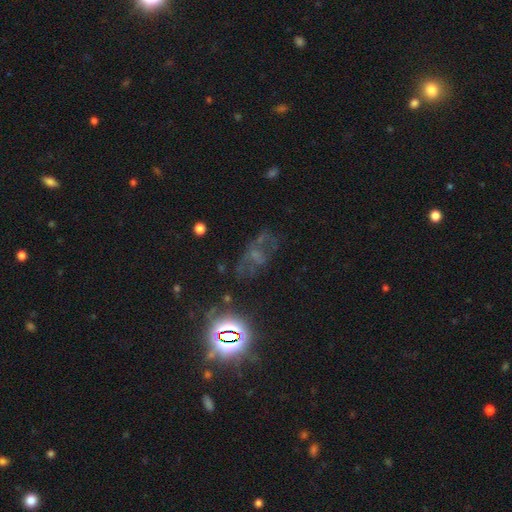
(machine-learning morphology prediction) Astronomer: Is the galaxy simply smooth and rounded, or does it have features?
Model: star or artifact — 41% (runner-up: featured or disk, 37%).